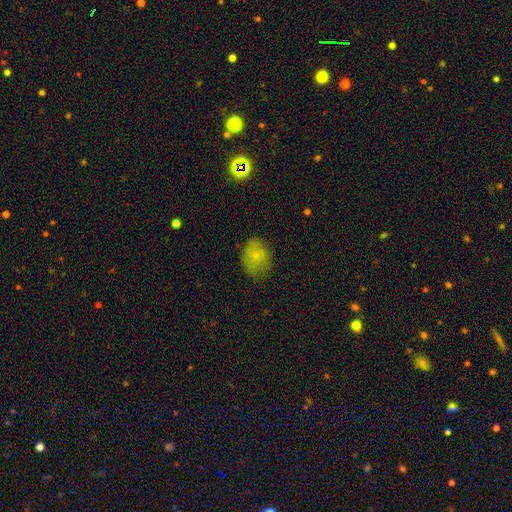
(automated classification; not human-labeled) This appears to be a smooth galaxy with no disk features (73%) that is in between round and cigar-shaped (73%). Merging: none (66%).